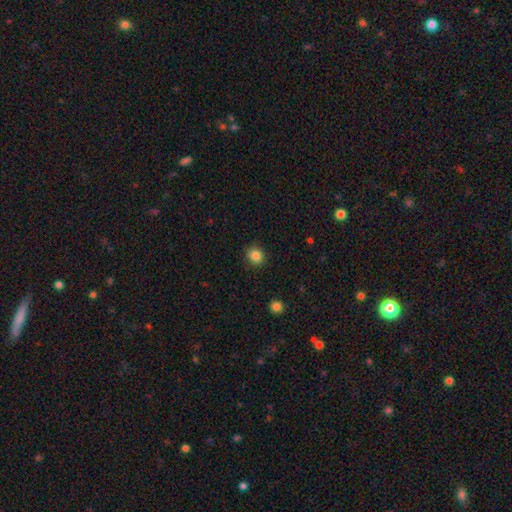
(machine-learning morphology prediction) Smooth or featured? Predicted: smooth (p=0.85). How rounded? Predicted: round (p=0.73). Merging? Predicted: none (p=0.89).